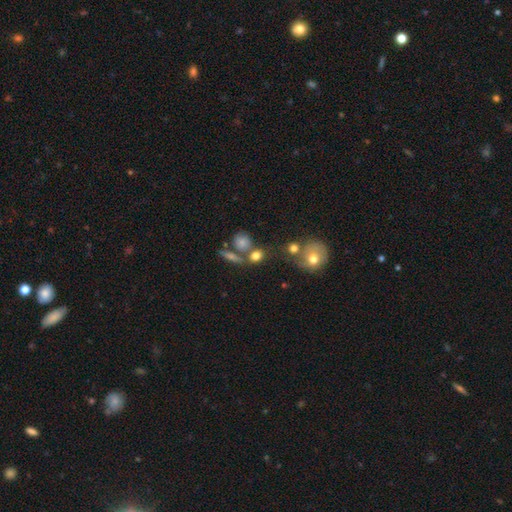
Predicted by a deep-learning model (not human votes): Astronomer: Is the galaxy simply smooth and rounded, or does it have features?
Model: smooth — 73%.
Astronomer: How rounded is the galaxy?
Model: round — 61%.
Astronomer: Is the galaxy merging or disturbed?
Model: none — 56%.